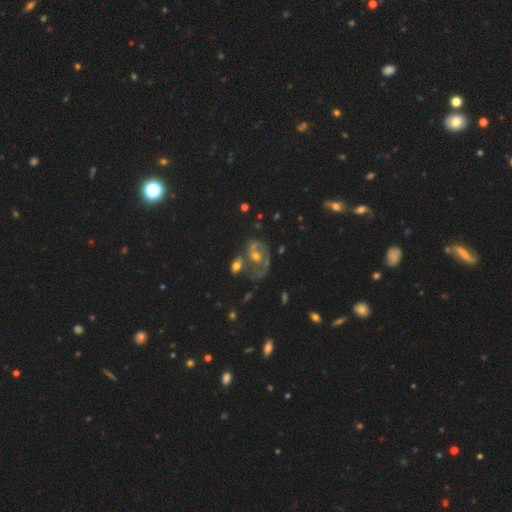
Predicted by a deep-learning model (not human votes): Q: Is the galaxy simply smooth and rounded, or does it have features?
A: featured or disk — 64%.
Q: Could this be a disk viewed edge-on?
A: no — 96%.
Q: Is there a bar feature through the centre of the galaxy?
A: no — 73%.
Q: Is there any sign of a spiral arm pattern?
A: yes — 58%.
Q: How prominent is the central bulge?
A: moderate — 61%.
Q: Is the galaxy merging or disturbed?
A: merger — 36%.